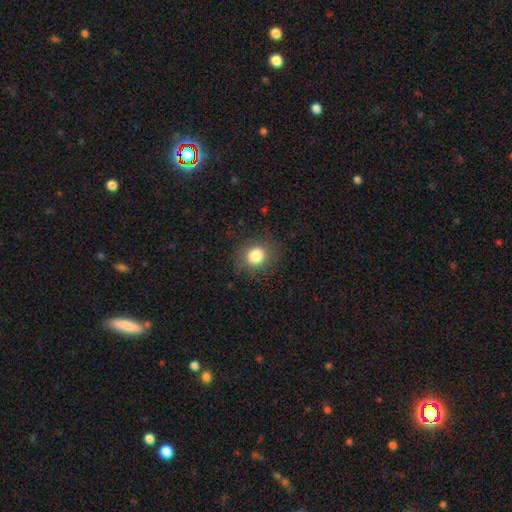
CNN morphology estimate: The model was most divided on "how rounded": round: 82%, in between: 17%, cigar-shaped: 1%. More confident: merging — none (84%); smooth or featured — smooth (83%).